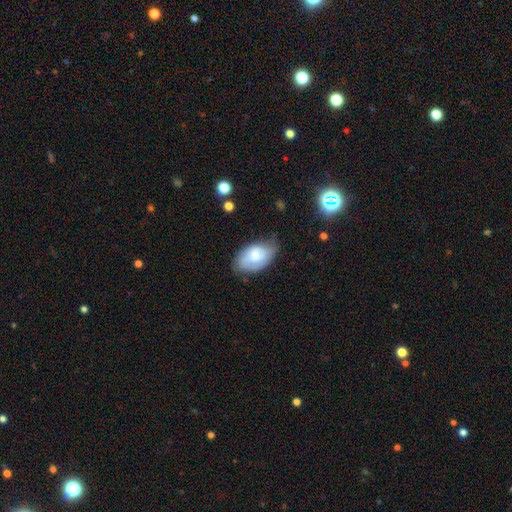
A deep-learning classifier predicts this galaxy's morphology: smooth 62%, featured or disk 31%, star or artifact 7%. Down the decision tree: how rounded — in between (92%); merging — none (56%).